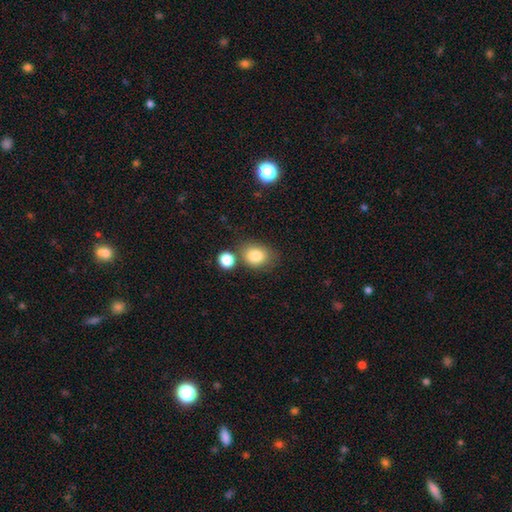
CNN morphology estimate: smooth_or_featured: smooth (p=0.83) [alt: star or artifact p=0.10]
how_rounded: round (p=0.54) [alt: in between p=0.45]
merging: none (p=0.64) [alt: merger p=0.15]